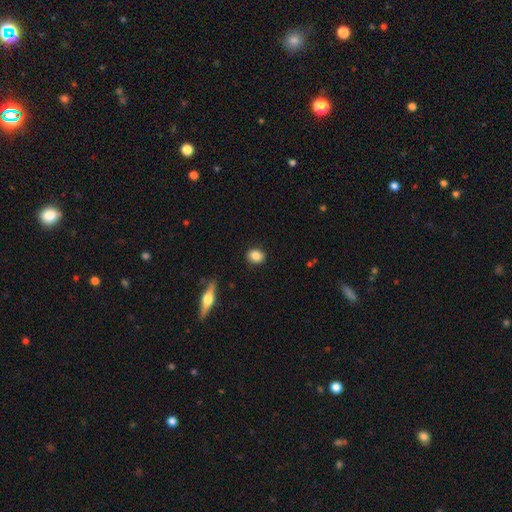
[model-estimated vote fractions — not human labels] smooth-or-featured: smooth: 84% | star or artifact: 8% | featured or disk: 8%
  how-rounded: round: 58% | in between: 40% | cigar-shaped: 2%
  merging: none: 89% | minor disturbance: 8% | major disturbance: 2% | merger: 1%